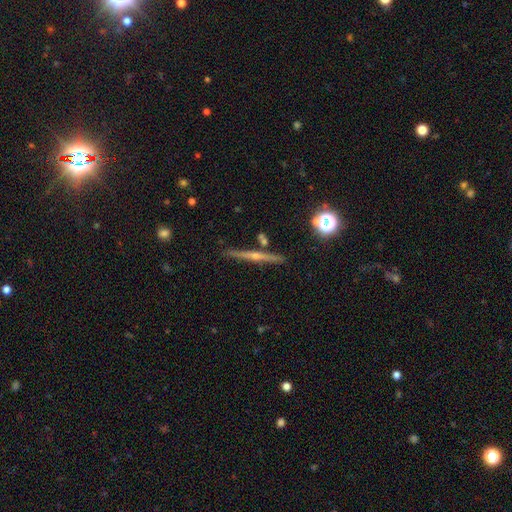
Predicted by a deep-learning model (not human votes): smooth-or-featured: featured or disk: 74% | smooth: 17% | star or artifact: 9%
  disk-edge-on: yes: 98% | no: 2%
    edge-on-bulge: rounded: 77% | none: 19% | boxy: 5%
  merging: none: 88% | minor disturbance: 7% | merger: 3% | major disturbance: 2%